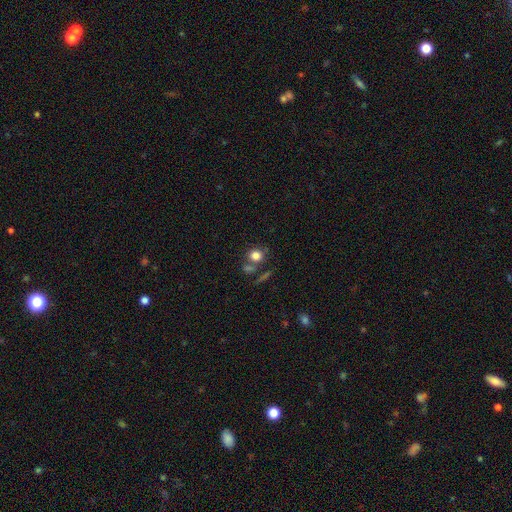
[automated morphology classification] Q: Smooth or featured?
A: smooth (78%); runner-up: star or artifact (12%)
Q: How rounded?
A: round (76%); runner-up: in between (22%)
Q: Merging?
A: none (60%); runner-up: merger (22%)